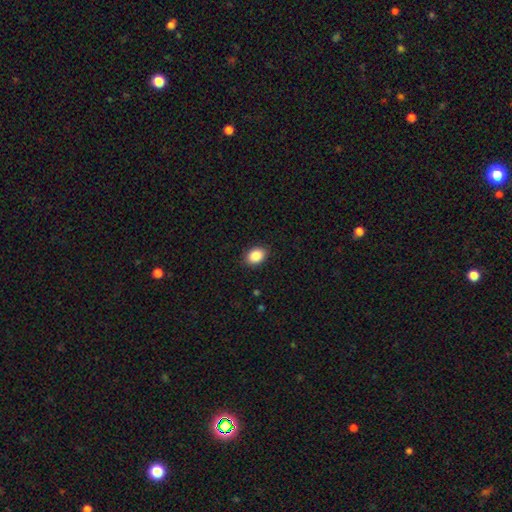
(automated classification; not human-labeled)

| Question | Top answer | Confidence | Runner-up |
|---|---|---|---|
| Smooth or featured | smooth | 89% | star or artifact (8%) |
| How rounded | in between | 70% | round (29%) |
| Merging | none | 90% | minor disturbance (7%) |